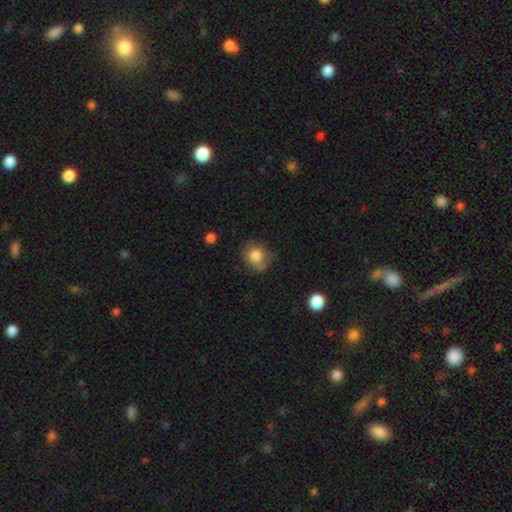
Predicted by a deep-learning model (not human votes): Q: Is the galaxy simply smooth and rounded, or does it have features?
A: smooth — 79%.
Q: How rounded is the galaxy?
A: round — 80%.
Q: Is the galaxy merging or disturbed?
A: none — 66%.